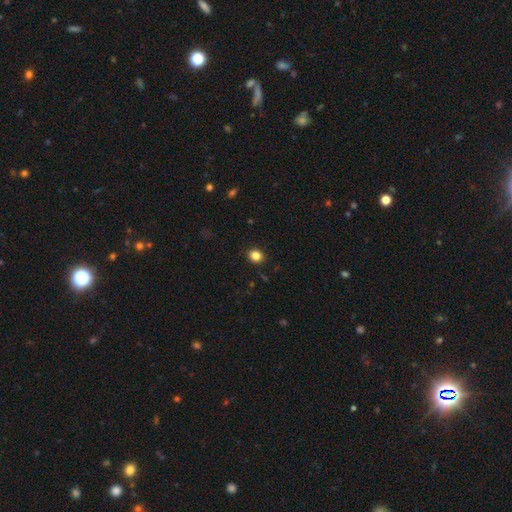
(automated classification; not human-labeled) Smooth or featured? Predicted: smooth (p=0.84). How rounded? Predicted: round (p=0.78). Merging? Predicted: none (p=0.91).